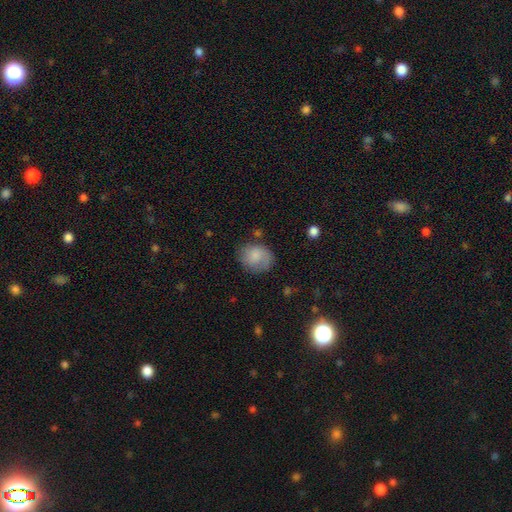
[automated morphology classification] smooth 75%, featured or disk 17%, star or artifact 8%. Down the decision tree: how rounded — round (65%); merging — none (65%).